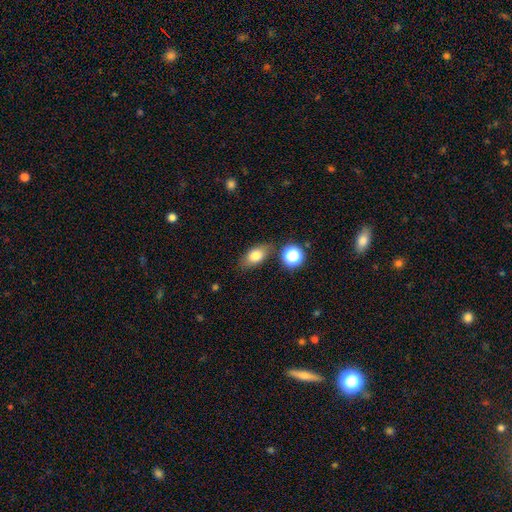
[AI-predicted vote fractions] Q: Smooth or featured?
A: smooth (78%); runner-up: featured or disk (12%)
Q: How rounded?
A: in between (83%); runner-up: round (13%)
Q: Merging?
A: none (77%); runner-up: minor disturbance (13%)